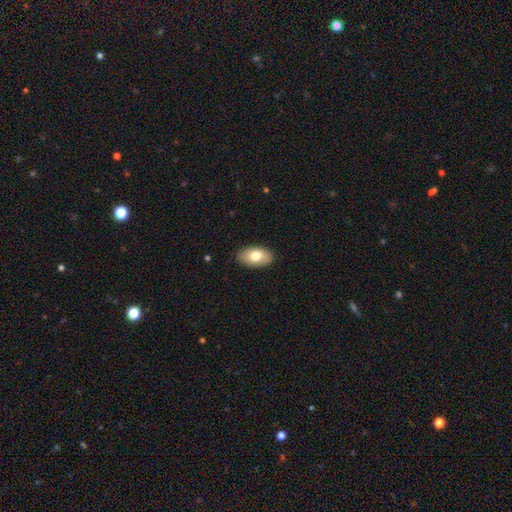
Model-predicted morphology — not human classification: A smooth galaxy with no disk features (75%) that is in between round and cigar-shaped (94%). Merging: none (87%).